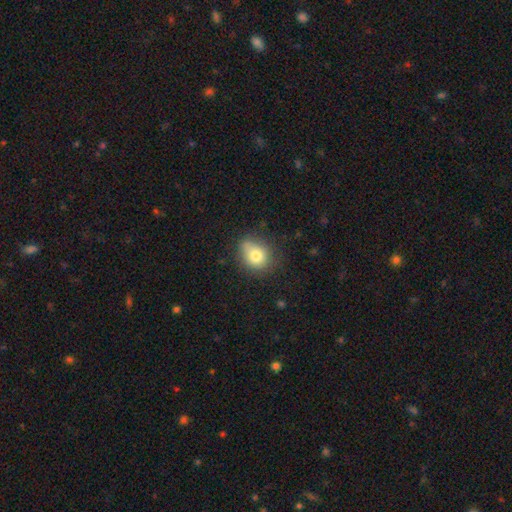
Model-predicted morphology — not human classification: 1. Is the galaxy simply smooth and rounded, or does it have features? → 77% smooth, 12% featured or disk, 11% star or artifact.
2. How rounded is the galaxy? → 60% round, 39% in between, 1% cigar-shaped.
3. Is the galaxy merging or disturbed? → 64% none, 25% minor disturbance, 7% major disturbance, 4% merger.